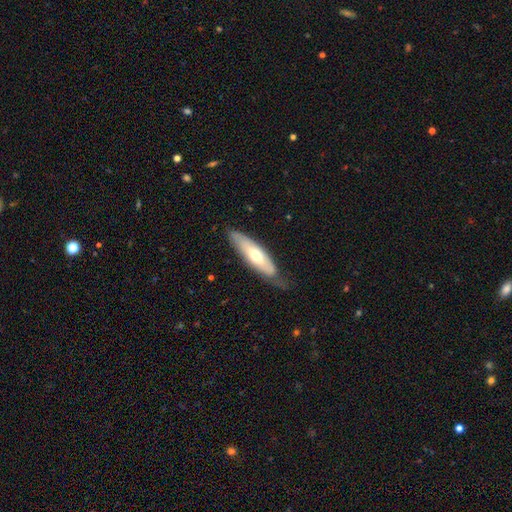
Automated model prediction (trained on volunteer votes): Morphology: type=smooth (50%); roundness=cigar-shaped (53%); merging=none (62%).